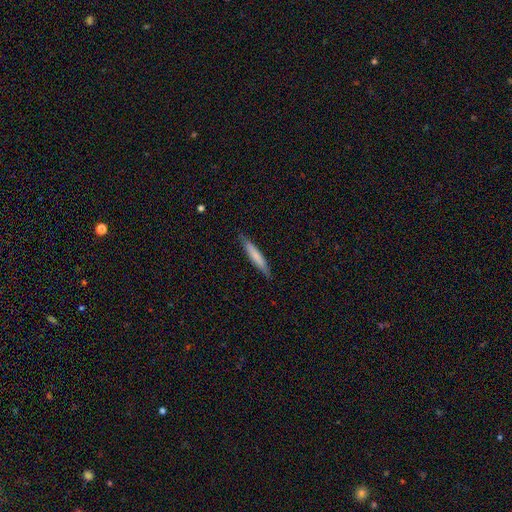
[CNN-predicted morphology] Smooth or featured?
  - smooth: 70% *
  - featured or disk: 25%
  - star or artifact: 5%
How rounded?
  - cigar-shaped: 94% *
  - in between: 5%
  - round: 1%
Merging?
  - none: 87% *
  - minor disturbance: 10%
  - major disturbance: 2%
  - merger: 1%